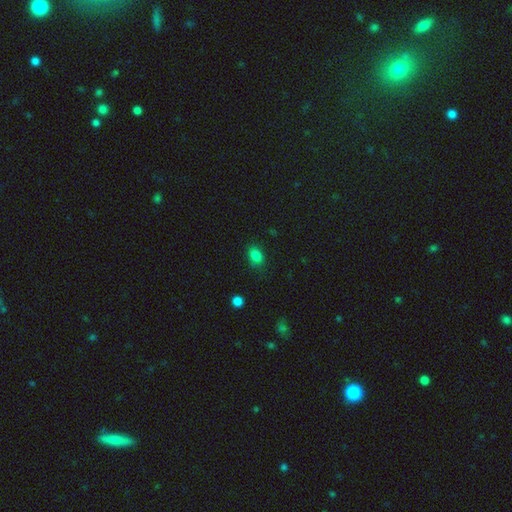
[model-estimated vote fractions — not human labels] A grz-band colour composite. It shows a smooth galaxy with no disk features (83%) that is in between round and cigar-shaped (78%). Merging: none (80%).